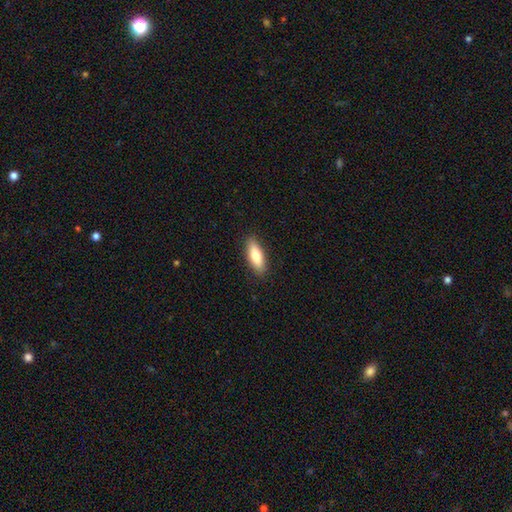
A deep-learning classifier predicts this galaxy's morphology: Overall: smooth (77%). How rounded: in between (60%; cigar-shaped 37%). Merging: none (89%).